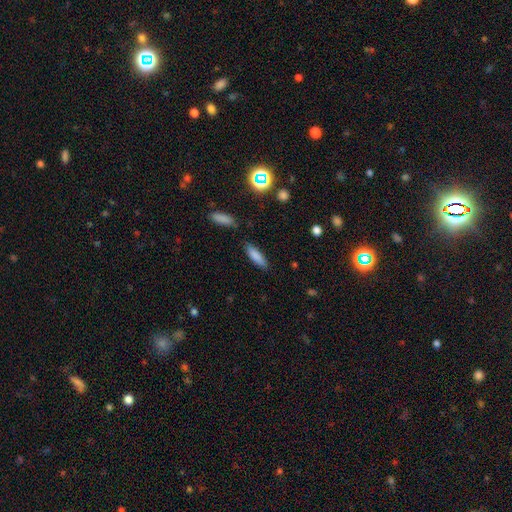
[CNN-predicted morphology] This appears to be a smooth galaxy with no disk features (83%) that is cigar-shaped (56%). Merging: none (81%).